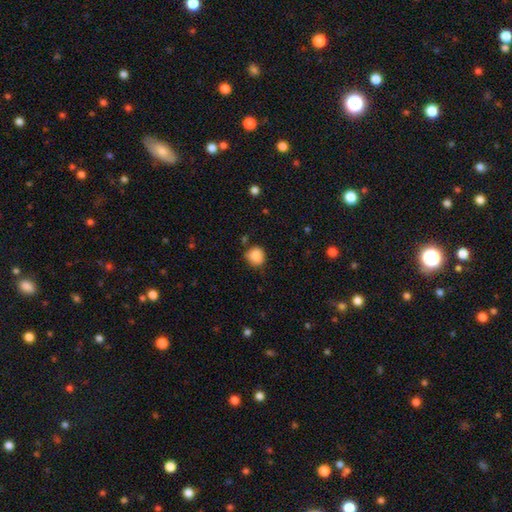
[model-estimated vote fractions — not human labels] Morphology: type=smooth (88%); roundness=round (86%); merging=none (78%).